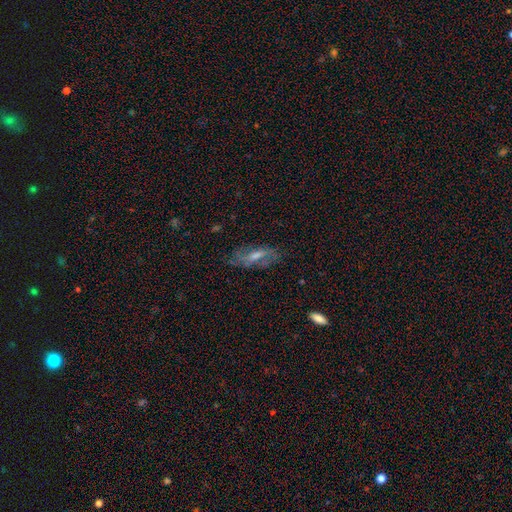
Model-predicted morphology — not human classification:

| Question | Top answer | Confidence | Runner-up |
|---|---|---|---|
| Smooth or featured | featured or disk | 58% | smooth (31%) |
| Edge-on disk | no | 78% | yes (22%) |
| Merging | none | 71% | minor disturbance (19%) |